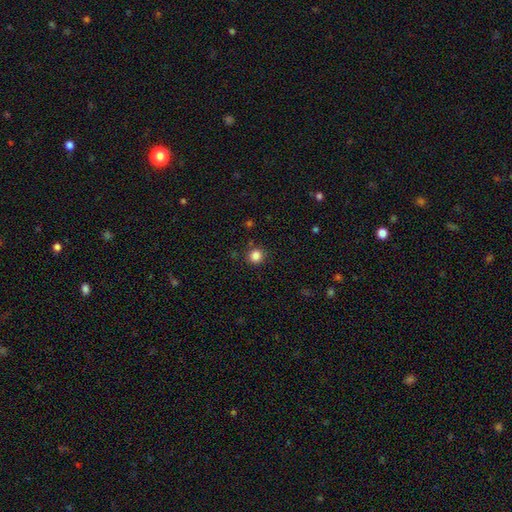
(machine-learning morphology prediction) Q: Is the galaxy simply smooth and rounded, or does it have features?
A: smooth — 84%.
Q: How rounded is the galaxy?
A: round — 93%.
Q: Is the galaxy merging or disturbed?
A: none — 89%.